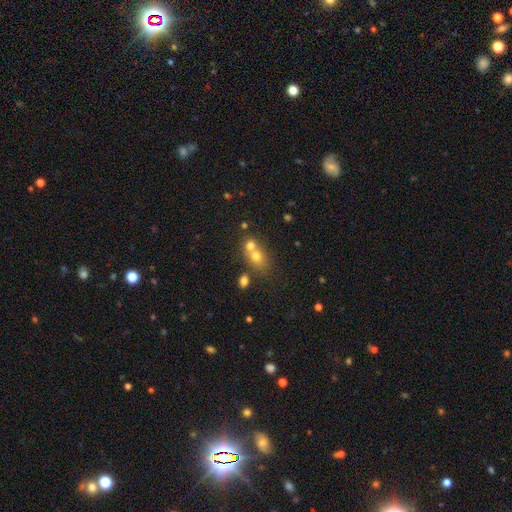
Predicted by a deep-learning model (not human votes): Overall: smooth (67%). How rounded: round (51%; in between 47%). Merging: merger (57%; none 32%).